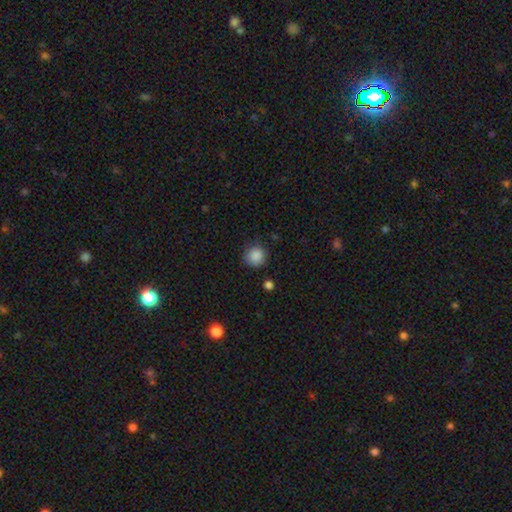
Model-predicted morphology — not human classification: A smooth galaxy with no disk features (87%) that is round (91%).

Vote fractions:
- Smooth or featured? smooth: 87% / star or artifact: 9% / featured or disk: 3%
- How rounded? round: 91% / in between: 8% / cigar-shaped: 1%
- Merging? none: 82% / minor disturbance: 14% / major disturbance: 3% / merger: 2%